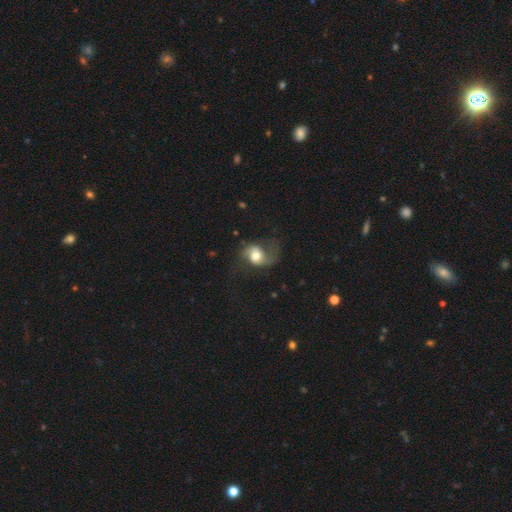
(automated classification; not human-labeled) Morphology: type=featured or disk (62%); edge-on=no (97%); bar=no (58%); spiral arms=yes (87%); winding=loose (63%); arm count=2 (84%); bulge=moderate (56%); merging=none (47%).